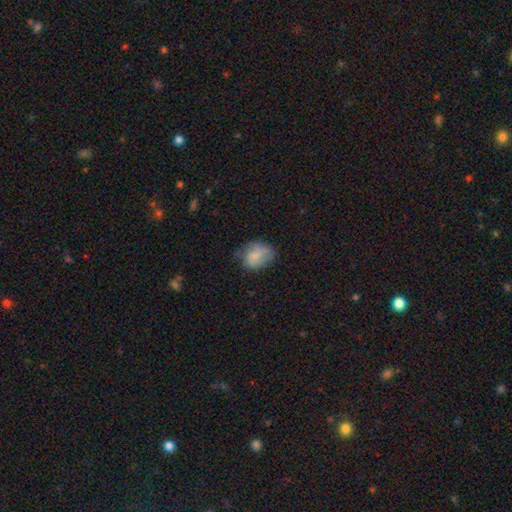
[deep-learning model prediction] This appears to be a smooth galaxy with no disk features (69%) that is in between round and cigar-shaped (59%). Merging: none (51%).